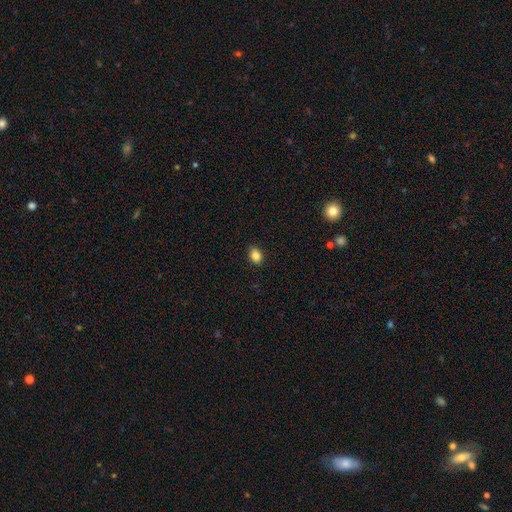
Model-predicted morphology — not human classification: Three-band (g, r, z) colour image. It shows a smooth galaxy with no disk features (86%) that is in between round and cigar-shaped (70%). Merging: none (89%).